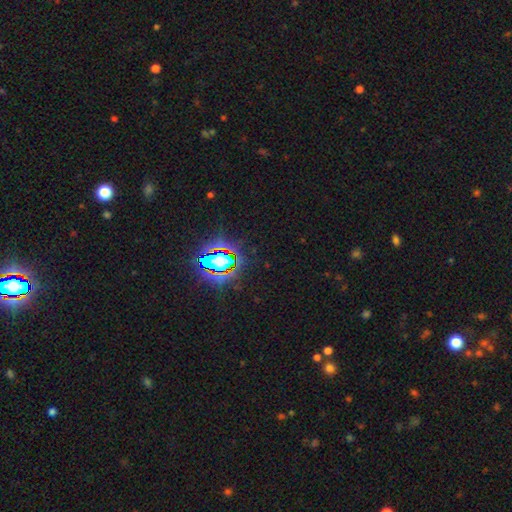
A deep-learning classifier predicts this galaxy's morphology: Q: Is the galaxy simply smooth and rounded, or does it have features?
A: star or artifact — 83%.